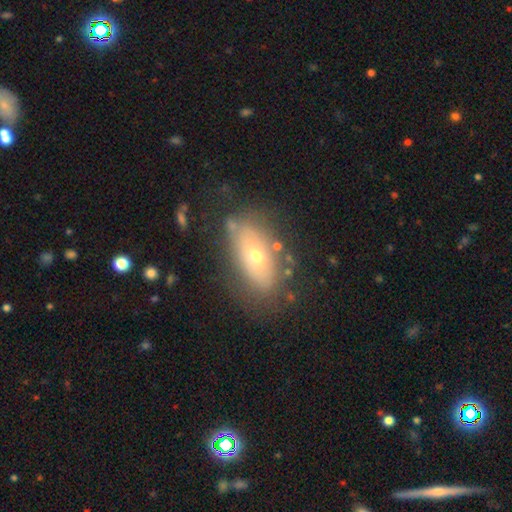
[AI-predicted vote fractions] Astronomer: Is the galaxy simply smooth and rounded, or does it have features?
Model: smooth — 50% (runner-up: featured or disk, 41%).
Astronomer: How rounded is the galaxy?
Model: in between — 84%.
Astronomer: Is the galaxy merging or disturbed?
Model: none — 72%.